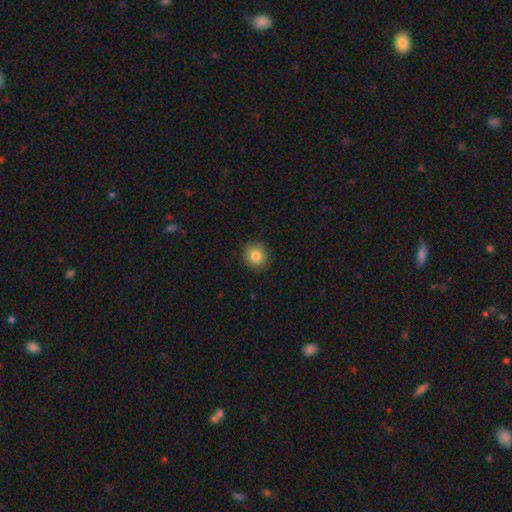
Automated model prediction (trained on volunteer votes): Morphology: type=smooth (83%); roundness=round (88%); merging=none (91%).